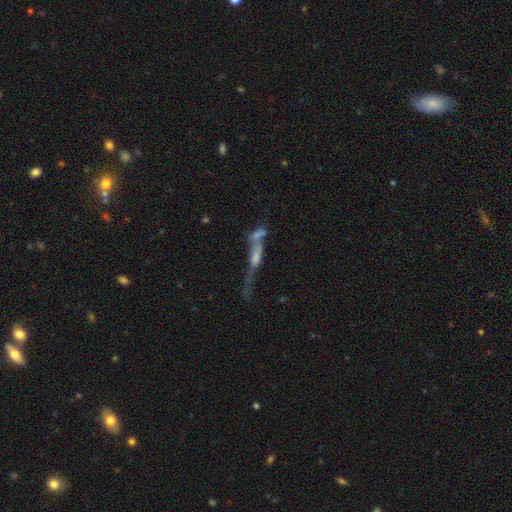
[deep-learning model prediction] This is possibly a featured or disk galaxy (46%). Merging: possibly merger (54%).